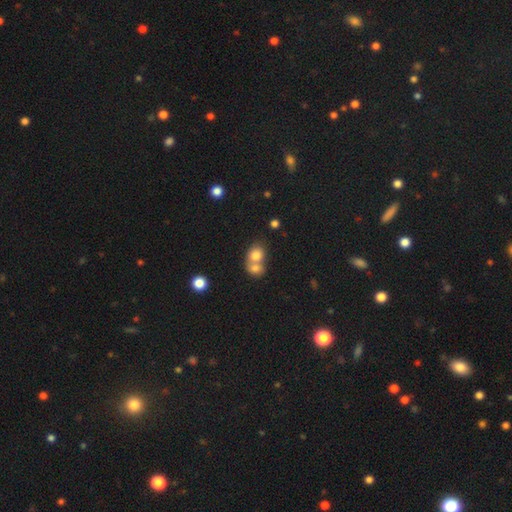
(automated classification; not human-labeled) smooth_or_featured: smooth (p=0.78) [alt: featured or disk p=0.12]
how_rounded: round (p=0.62) [alt: in between p=0.37]
merging: merger (p=0.67) [alt: none p=0.25]